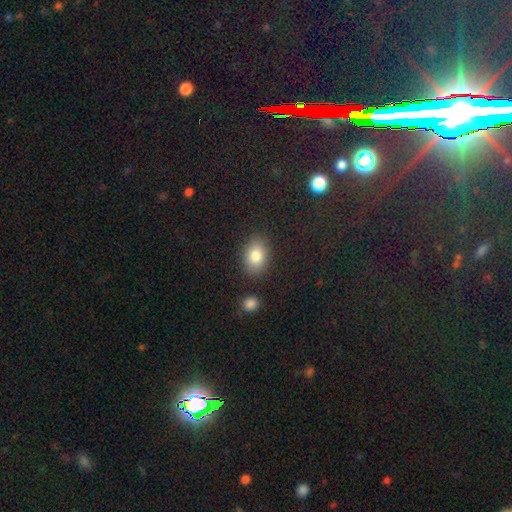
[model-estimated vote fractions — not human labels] Smooth or featured: smooth — 83% (featured or disk — 9%)
How rounded: in between — 79% (round — 20%)
Merging: none — 84% (minor disturbance — 10%)